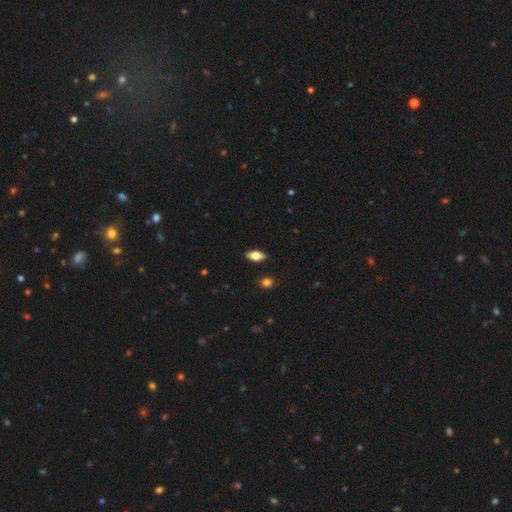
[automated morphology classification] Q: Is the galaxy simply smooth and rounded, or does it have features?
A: smooth — 67%.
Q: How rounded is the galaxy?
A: in between — 86%.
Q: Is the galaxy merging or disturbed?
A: none — 88%.